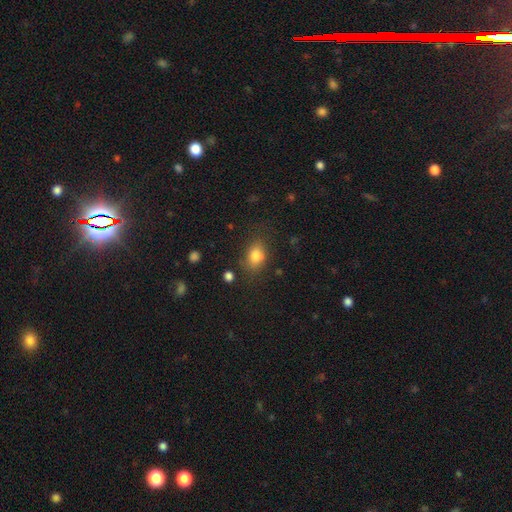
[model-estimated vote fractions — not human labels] Smooth or featured: smooth — 81% (star or artifact — 10%)
How rounded: in between — 70% (round — 29%)
Merging: none — 70% (minor disturbance — 20%)